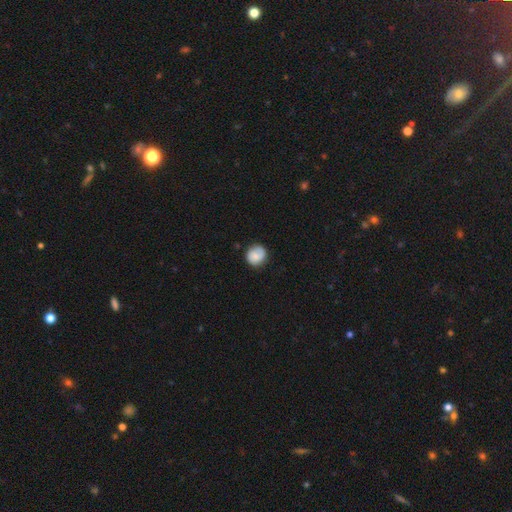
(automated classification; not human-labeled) A smooth galaxy with no disk features (71%) that is round (88%). Merging: none (79%).